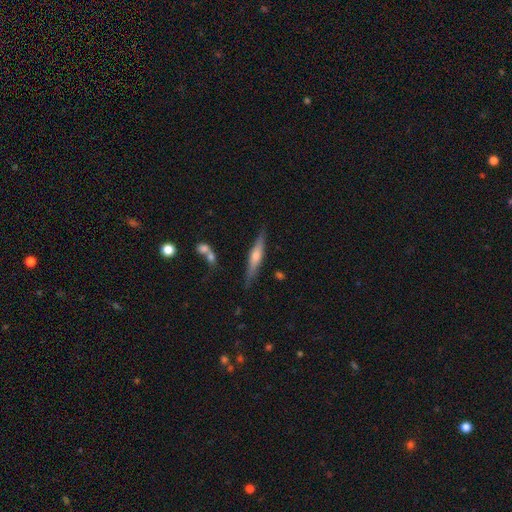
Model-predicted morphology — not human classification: smooth-or-featured: featured or disk: 66% | smooth: 27% | star or artifact: 7%
  disk-edge-on: yes: 96% | no: 4%
    edge-on-bulge: rounded: 82% | boxy: 9% | none: 9%
  merging: none: 83% | minor disturbance: 10% | merger: 4% | major disturbance: 2%